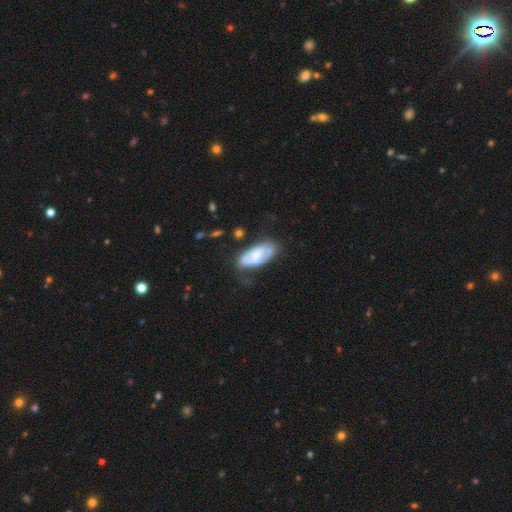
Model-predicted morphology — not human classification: Smooth or featured? Predicted: smooth (p=0.55). How rounded? Predicted: in between (p=0.84). Merging? Predicted: none (p=0.53).